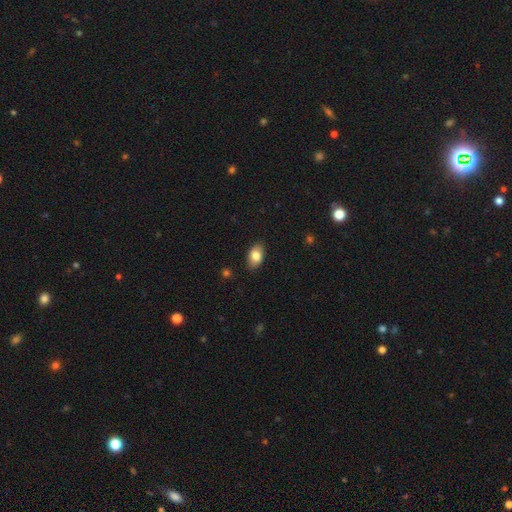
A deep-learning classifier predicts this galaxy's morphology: This appears to be a smooth galaxy with no disk features (82%) that is in between round and cigar-shaped (90%). Merging: none (86%).